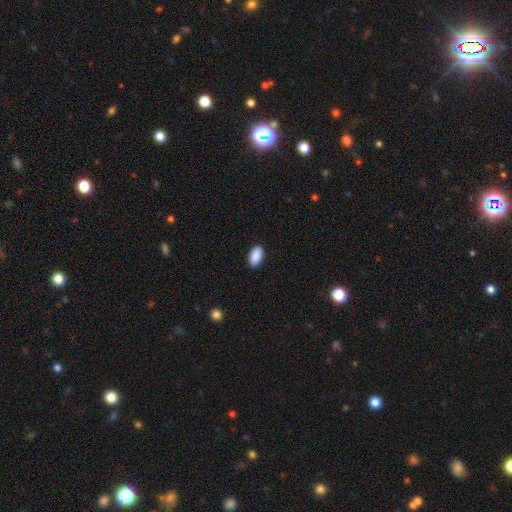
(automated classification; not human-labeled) smooth 91%, star or artifact 7%, featured or disk 3%. Down the decision tree: how rounded — in between (94%); merging — none (89%).